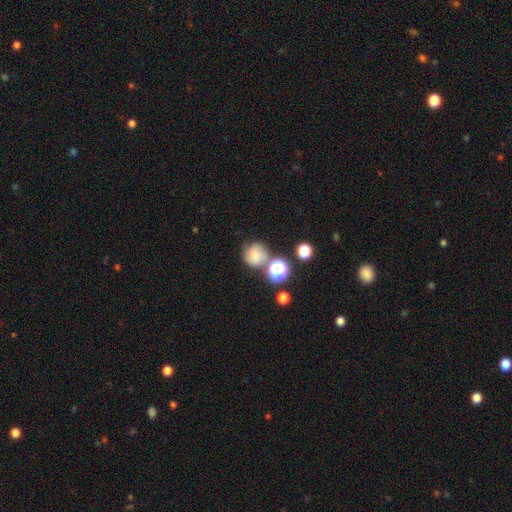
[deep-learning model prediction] Smooth or featured? Predicted: smooth (p=0.62). How rounded? Predicted: round (p=0.84). Merging? Predicted: none (p=0.53).